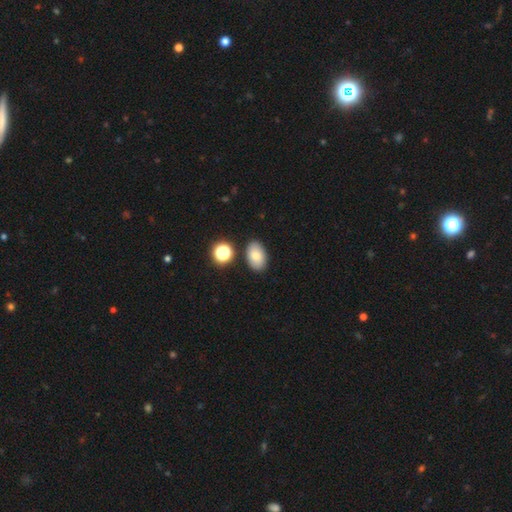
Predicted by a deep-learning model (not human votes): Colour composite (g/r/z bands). It shows a smooth galaxy with no disk features (78%) that is in between round and cigar-shaped (88%). Merging: none (84%).